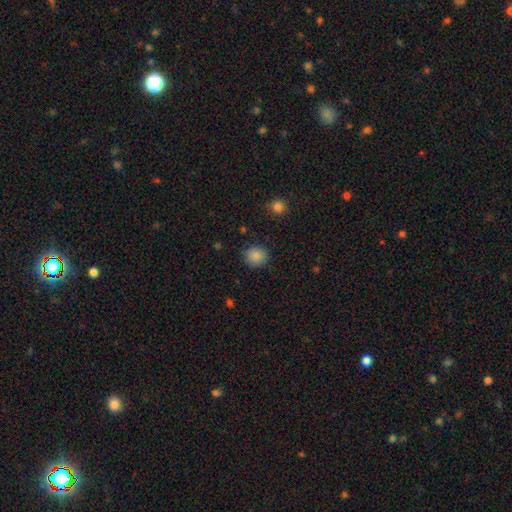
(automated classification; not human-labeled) smooth 86%, star or artifact 10%, featured or disk 4%. Down the decision tree: how rounded — round (87%); merging — none (88%).